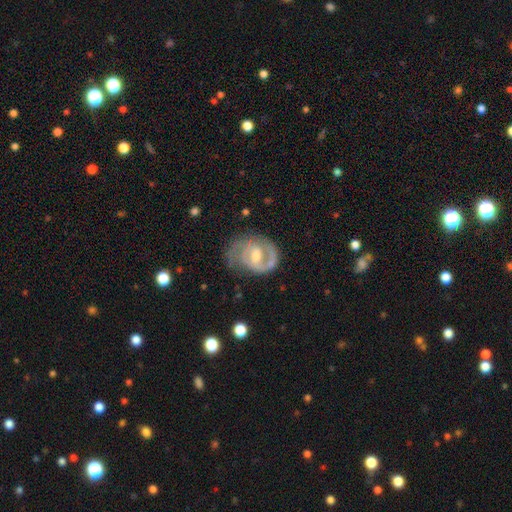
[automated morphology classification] smooth-or-featured: featured or disk: 86% | smooth: 9% | star or artifact: 5%
  disk-edge-on: no: 97% | yes: 3%
    bar: weak: 55% | no: 26% | strong: 19%
    has-spiral-arms: yes: 95% | no: 5%
      spiral-winding: medium: 48% | tight: 40% | loose: 12%
      spiral-arm-count: 2: 70% | 1: 13% | can't tell: 10% | 3: 5% | 4: 1% | more than 4: 1%
    bulge-size: moderate: 54% | small: 38% | large: 4% | none: 3% | dominant: 1%
  merging: none: 63% | minor disturbance: 22% | major disturbance: 13% | merger: 2%